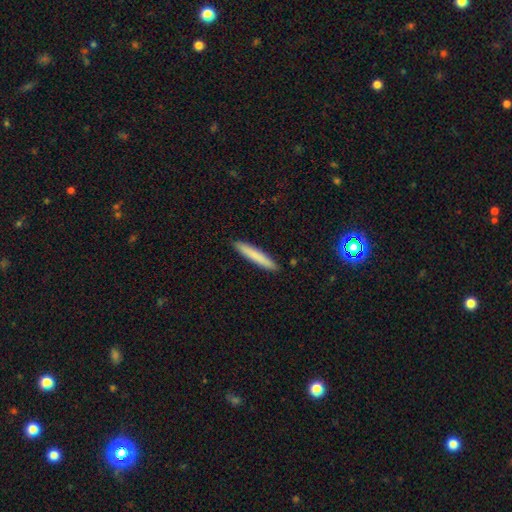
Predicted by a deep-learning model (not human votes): Morphology: type=smooth (78%); roundness=cigar-shaped (95%); merging=none (91%).